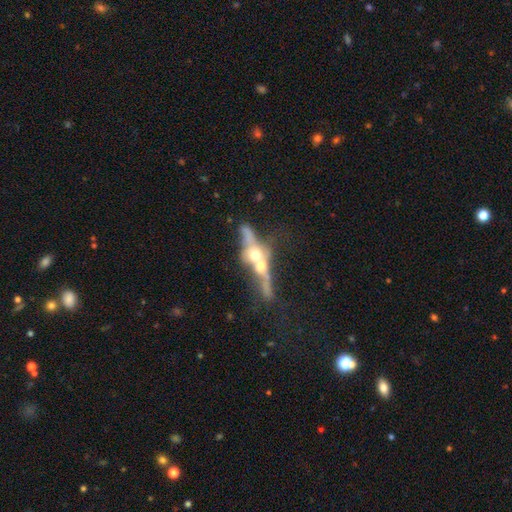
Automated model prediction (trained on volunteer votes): smooth-or-featured: featured or disk: 68% | smooth: 21% | star or artifact: 11%
  disk-edge-on: yes: 66% | no: 34%
  merging: merger: 55% | none: 26% | major disturbance: 10% | minor disturbance: 9%